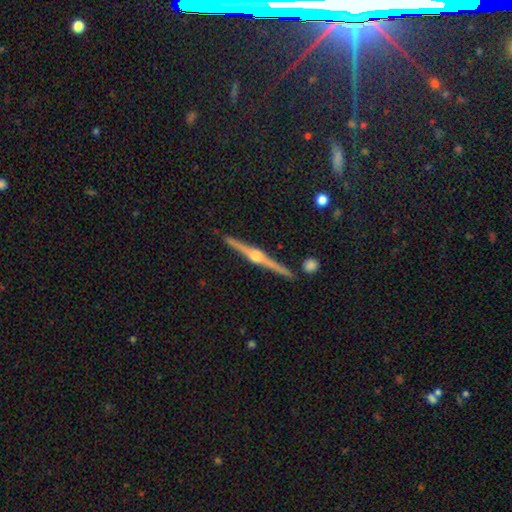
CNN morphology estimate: Smooth or featured: featured or disk — 84% (star or artifact — 8%)
Edge-on disk: yes — 98% (no — 2%)
Edge-on bulge: rounded — 92% (boxy — 4%)
Merging: none — 91% (minor disturbance — 6%)